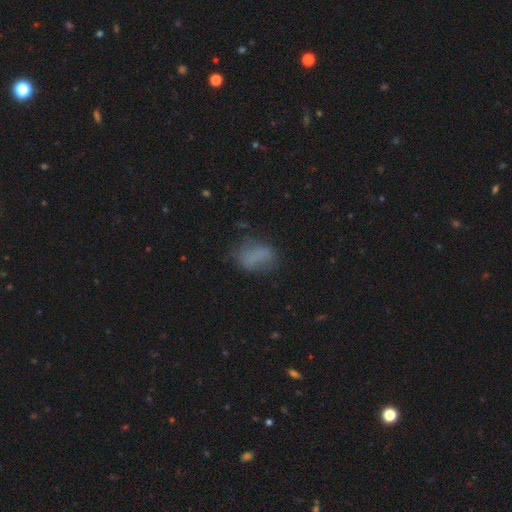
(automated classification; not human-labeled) A smooth galaxy with no disk features (68%) that is in between round and cigar-shaped (78%). Merging: none (55%).